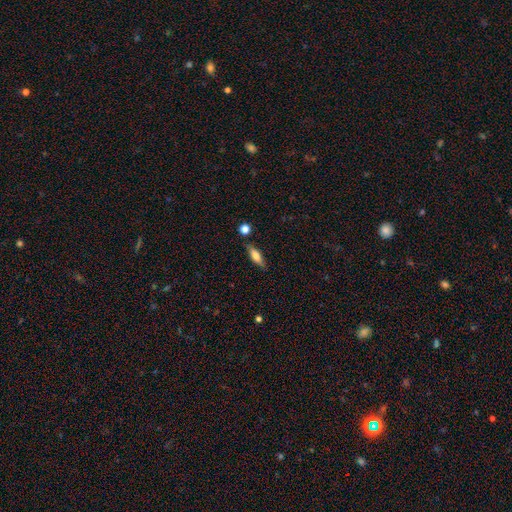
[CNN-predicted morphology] smooth 65%, featured or disk 28%, star or artifact 7%. Down the decision tree: how rounded — cigar-shaped (49%); merging — none (79%).